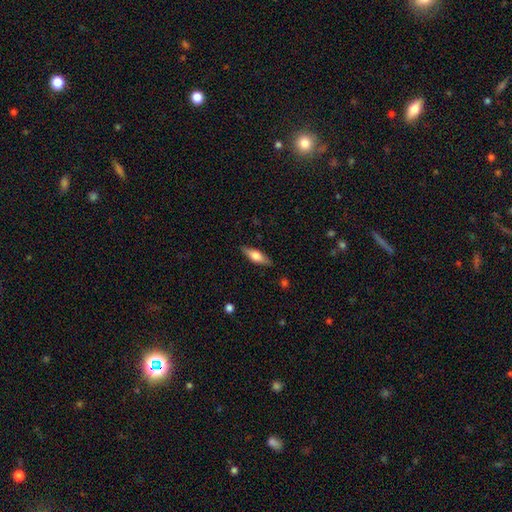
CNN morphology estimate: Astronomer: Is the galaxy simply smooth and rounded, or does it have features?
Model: smooth — 53% (runner-up: featured or disk, 41%).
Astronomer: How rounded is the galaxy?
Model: in between — 50% (runner-up: cigar-shaped, 47%).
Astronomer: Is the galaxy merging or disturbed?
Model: none — 86%.